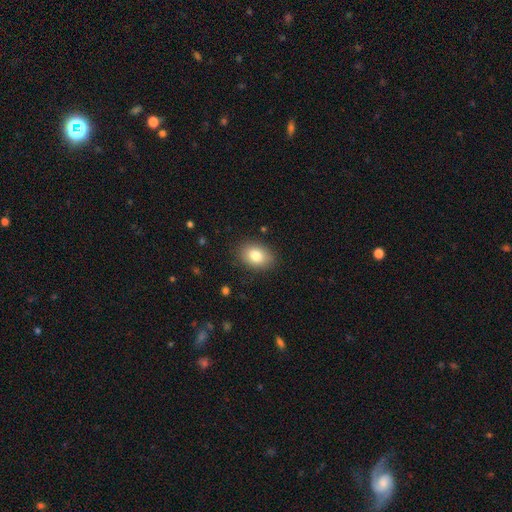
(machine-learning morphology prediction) This appears to be a smooth galaxy with no disk features (82%) that is in between round and cigar-shaped (79%). Merging: none (86%).